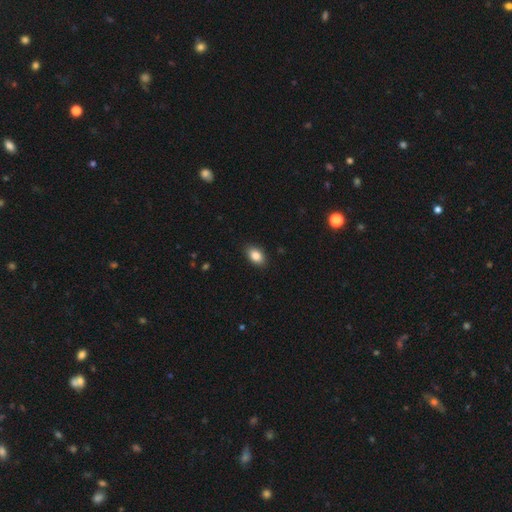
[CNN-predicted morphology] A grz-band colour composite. It shows a smooth galaxy with no disk features (85%) that is in between round and cigar-shaped (89%). Merging: none (89%).